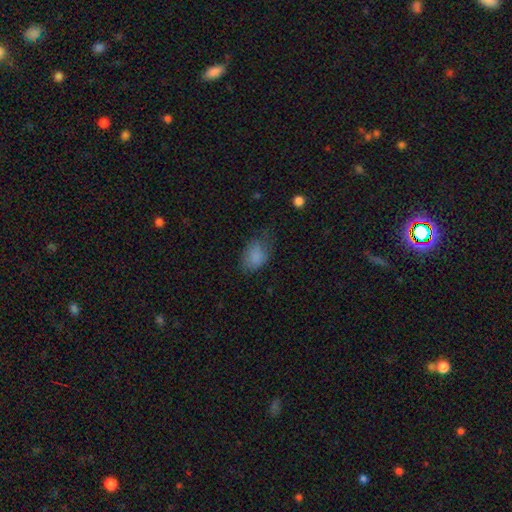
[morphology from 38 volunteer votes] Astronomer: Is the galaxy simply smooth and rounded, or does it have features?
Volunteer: smooth — 89%.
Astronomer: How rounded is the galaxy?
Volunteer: in between — 76%.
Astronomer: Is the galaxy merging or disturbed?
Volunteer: none — 46% (runner-up: minor disturbance, 41%).